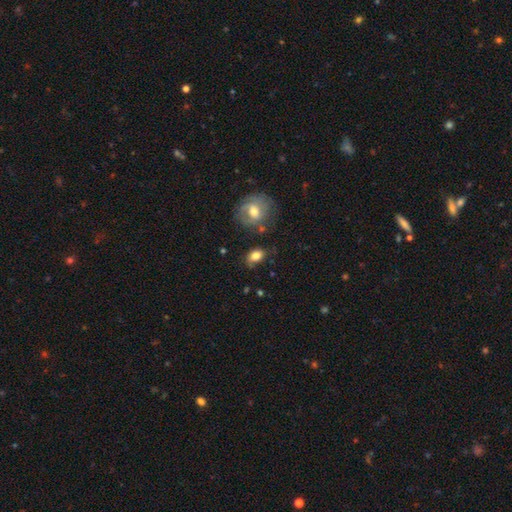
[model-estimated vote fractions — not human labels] The model was most divided on "merging": none: 62%, minor disturbance: 24%, major disturbance: 8%, merger: 6%. More confident: smooth or featured — smooth (79%); how rounded — in between (76%).